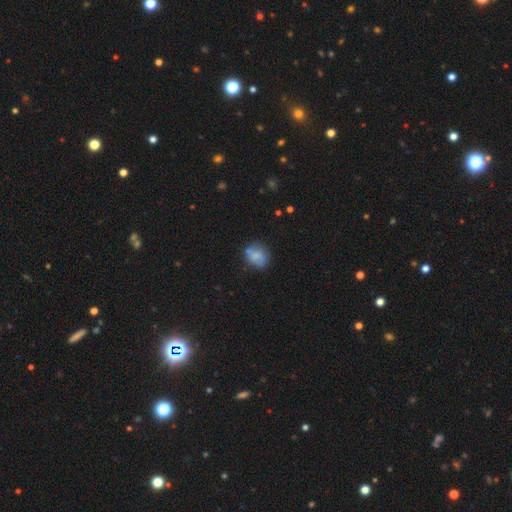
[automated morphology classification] This is likely a smooth galaxy (71%). How rounded: possibly round (56%). Merging: possibly none (53%).